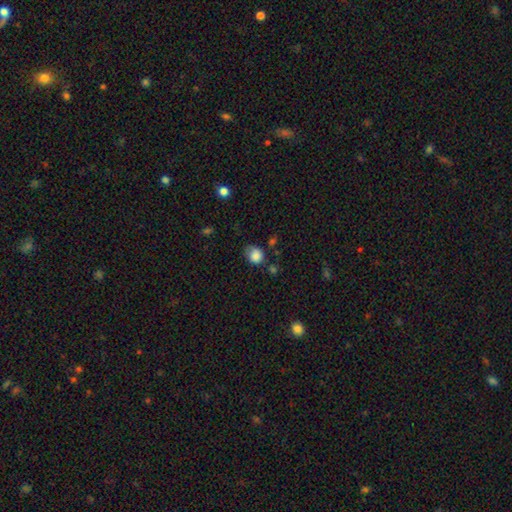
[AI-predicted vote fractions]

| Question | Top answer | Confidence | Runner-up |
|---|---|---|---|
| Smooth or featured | smooth | 85% | star or artifact (9%) |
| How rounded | round | 66% | in between (33%) |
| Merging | none | 51% | minor disturbance (34%) |